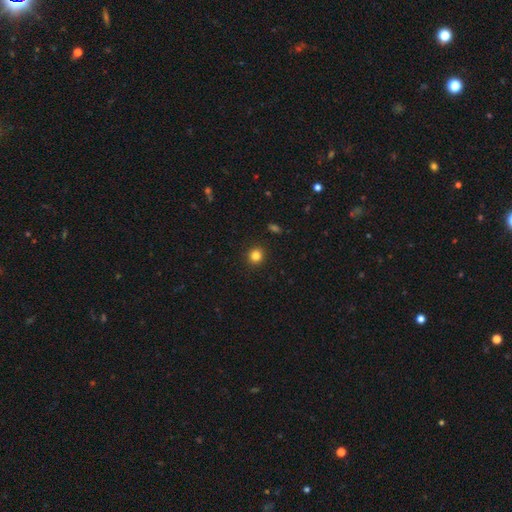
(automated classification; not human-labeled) Smooth or featured? smooth (83%)
How rounded? round (89%)
Merging? none (92%)